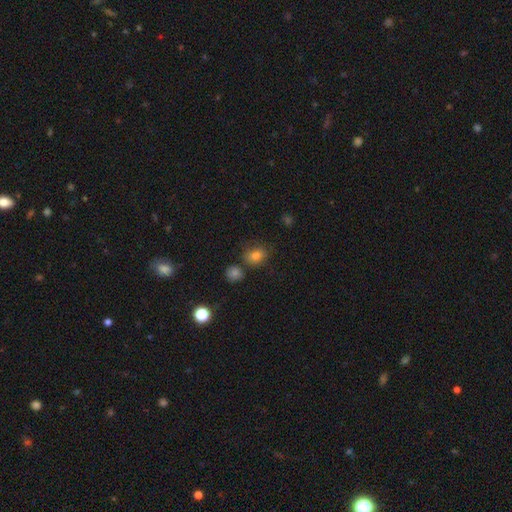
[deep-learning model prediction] Overall: smooth (80%). How rounded: round (50%; in between 48%). Merging: none (71%).